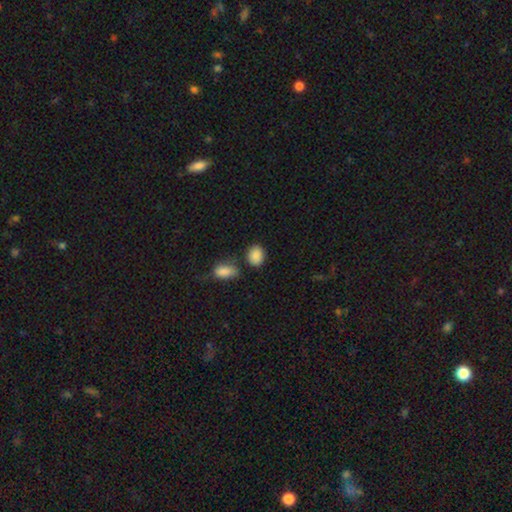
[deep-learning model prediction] The model was most divided on "how rounded": in between: 62%, round: 36%, cigar-shaped: 1%. More confident: smooth or featured — smooth (88%); merging — none (73%).